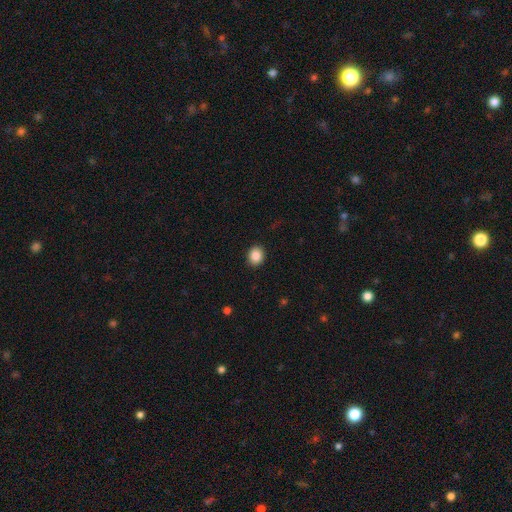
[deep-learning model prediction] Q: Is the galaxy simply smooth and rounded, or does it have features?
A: smooth — 87%.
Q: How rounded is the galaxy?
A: round — 61%.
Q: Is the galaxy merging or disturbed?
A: none — 91%.